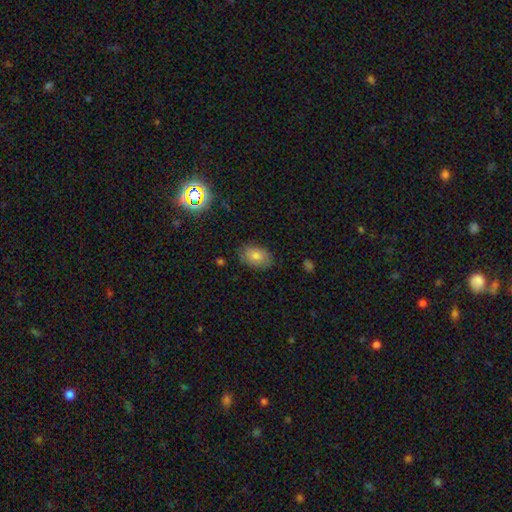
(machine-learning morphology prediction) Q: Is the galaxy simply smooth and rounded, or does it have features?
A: smooth — 74%.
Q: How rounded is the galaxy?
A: in between — 85%.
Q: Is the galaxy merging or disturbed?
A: none — 81%.